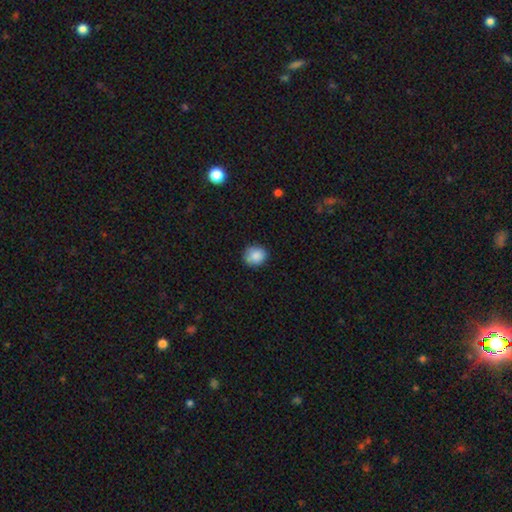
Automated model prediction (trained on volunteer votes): A smooth galaxy with no disk features (87%) that is round (83%). Merging: none (84%).